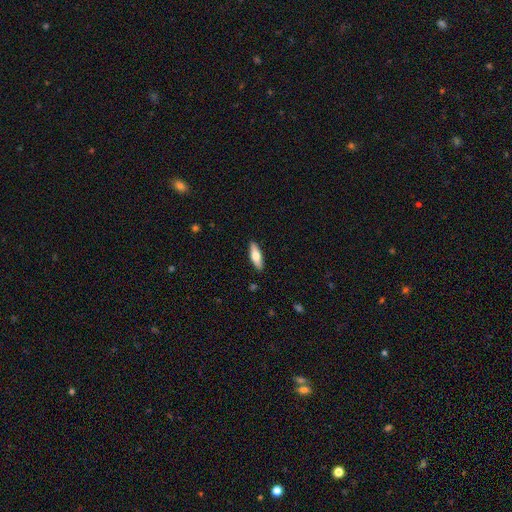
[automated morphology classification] Smooth or featured? smooth (60%)
How rounded? in between (50%)
Merging? none (89%)